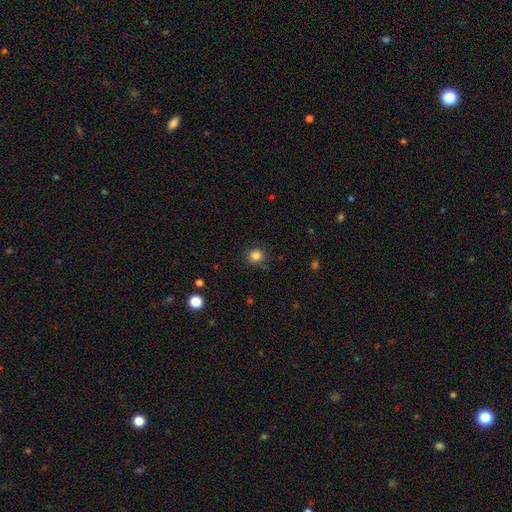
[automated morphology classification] The model was most divided on "smooth or featured": smooth: 84%, star or artifact: 12%, featured or disk: 4%. More confident: how rounded — round (90%); merging — none (86%).